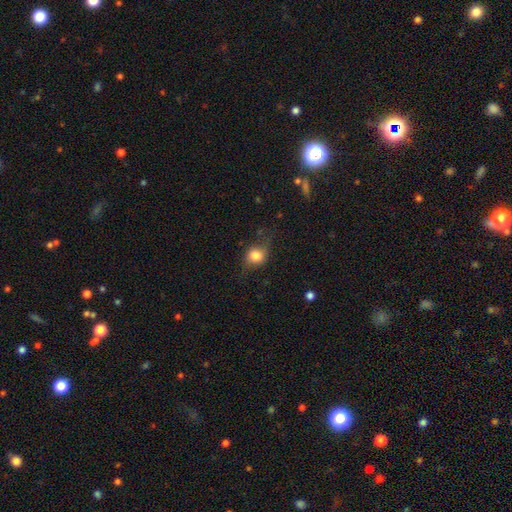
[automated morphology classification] This appears to be a smooth galaxy with no disk features (74%) that is round (65%). Merging: none (63%).